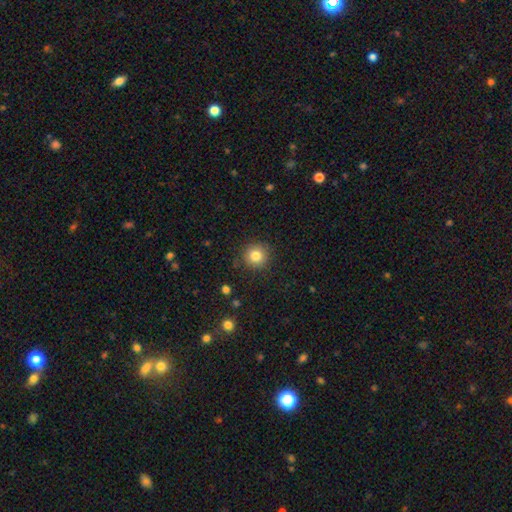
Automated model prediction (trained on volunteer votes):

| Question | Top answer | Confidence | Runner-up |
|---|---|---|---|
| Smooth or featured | smooth | 82% | star or artifact (11%) |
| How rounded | round | 94% | in between (5%) |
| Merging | none | 89% | minor disturbance (7%) |